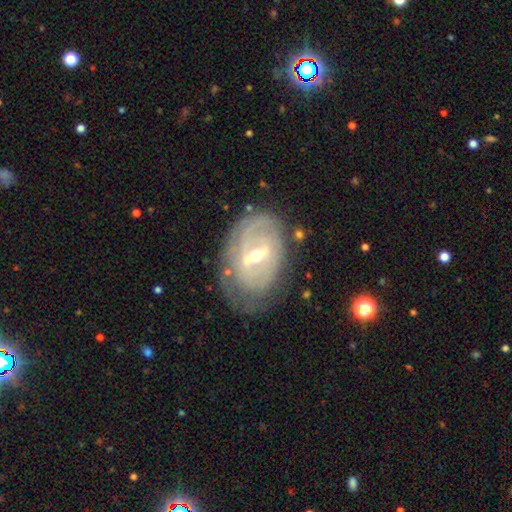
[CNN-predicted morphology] This appears to be a featured or disk galaxy (81%) with a strong bar (47%), tight (70%) spiral arms (73%) and a moderate central bulge (62%). Merging: none (67%).